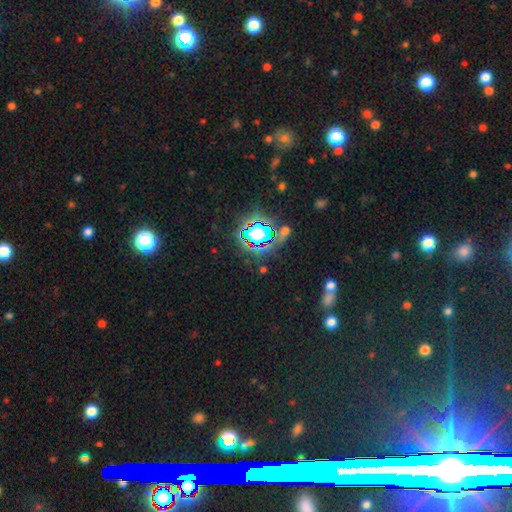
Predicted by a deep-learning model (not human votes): Smooth or featured?
  - star or artifact: 79% *
  - smooth: 12%
  - featured or disk: 9%